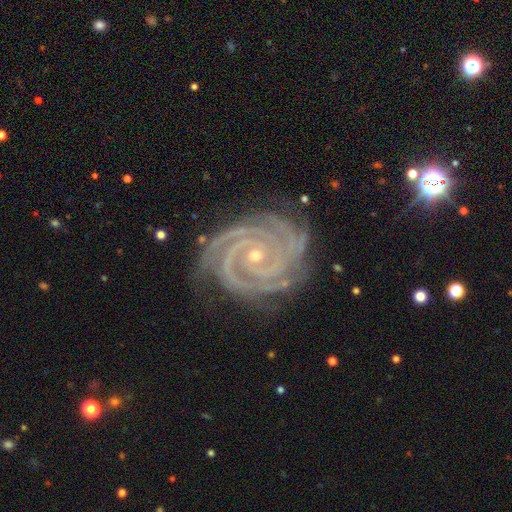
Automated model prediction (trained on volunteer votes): Overall: featured or disk (92%). Edge-on disk: no (98%). Bar: no (69%). Spiral arms: yes (99%). Spiral arm count: 3 (31%; 2 27%). Spiral winding: tight (86%). Bulge size: small (81%). Merging: none (79%).